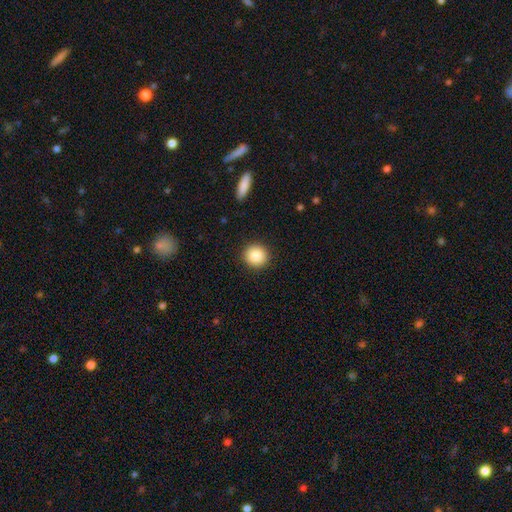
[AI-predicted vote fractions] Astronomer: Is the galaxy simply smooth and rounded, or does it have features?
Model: smooth — 88%.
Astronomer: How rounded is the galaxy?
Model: round — 91%.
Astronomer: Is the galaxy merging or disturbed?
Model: none — 91%.